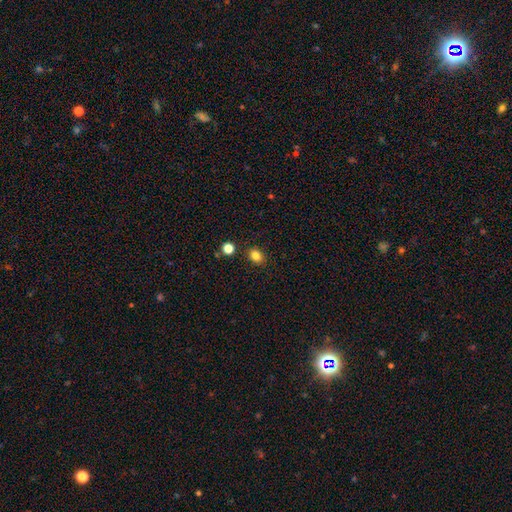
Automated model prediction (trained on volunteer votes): Overall: smooth (83%). How rounded: in between (56%; round 42%). Merging: none (85%).